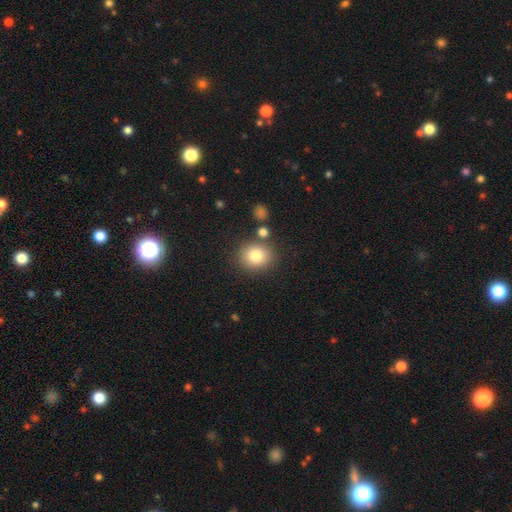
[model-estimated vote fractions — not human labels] This appears to be a smooth galaxy with no disk features (81%) that is round (77%). Merging: none (79%).